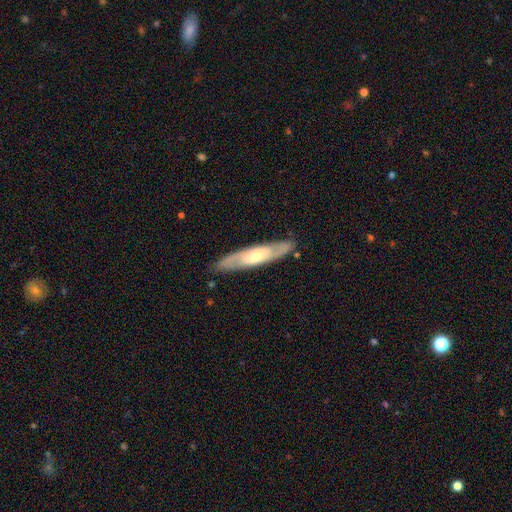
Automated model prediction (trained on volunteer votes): A featured or disk galaxy (61%). Merging: none (86%).